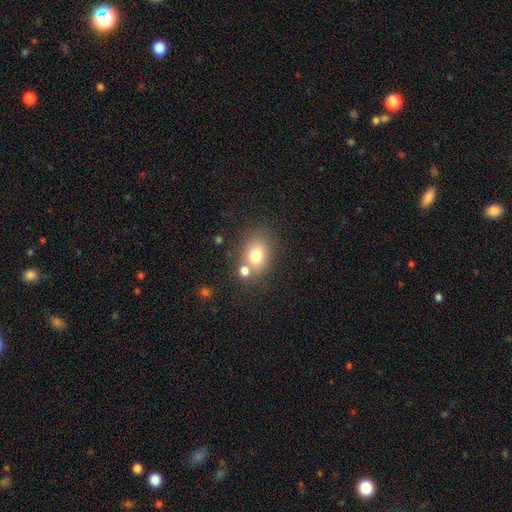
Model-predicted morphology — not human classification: A smooth galaxy with no disk features (75%) that is in between round and cigar-shaped (57%). Merging: none (56%).